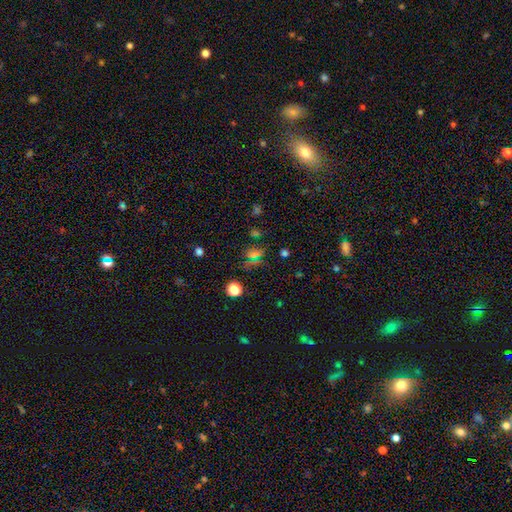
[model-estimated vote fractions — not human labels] Q: Smooth or featured?
A: smooth (49%); runner-up: star or artifact (42%)
Q: Merging?
A: none (78%); runner-up: minor disturbance (12%)